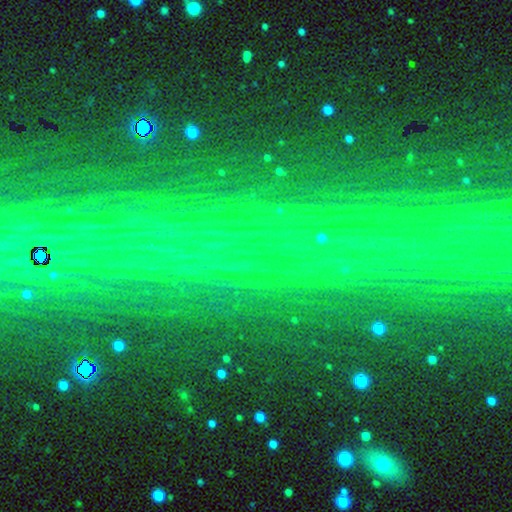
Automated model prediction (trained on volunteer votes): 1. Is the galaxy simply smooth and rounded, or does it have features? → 84% star or artifact, 9% featured or disk, 8% smooth.